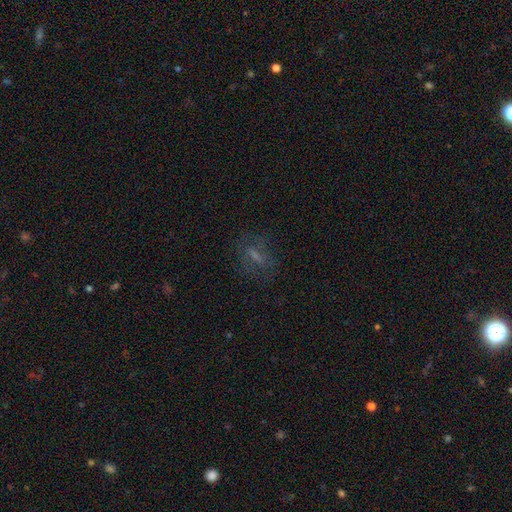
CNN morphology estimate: This appears to be a smooth galaxy with no disk features (41%). Merging: none (69%).